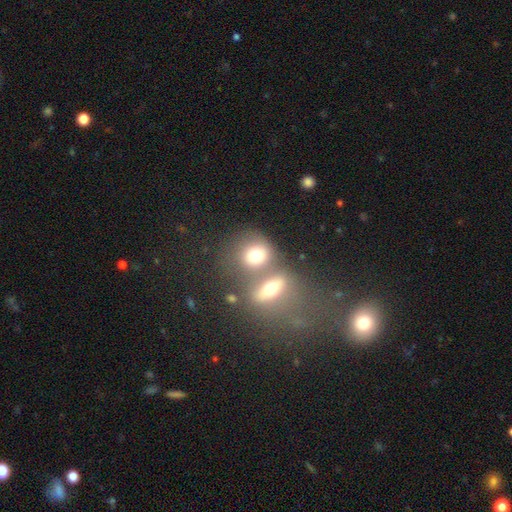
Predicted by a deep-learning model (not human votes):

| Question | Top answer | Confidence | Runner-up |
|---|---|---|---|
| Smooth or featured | smooth | 72% | featured or disk (17%) |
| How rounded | round | 67% | in between (31%) |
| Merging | merger | 45% | none (40%) |